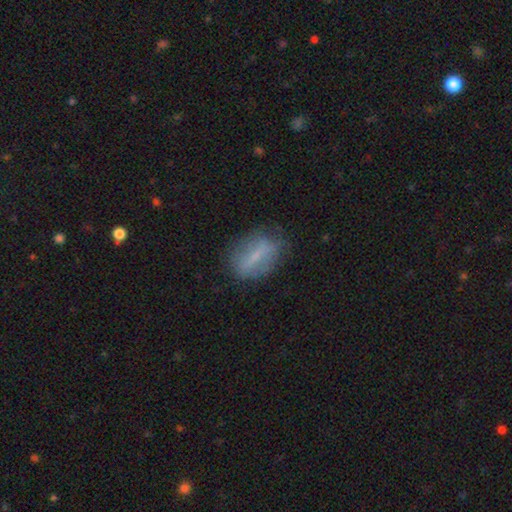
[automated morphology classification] The model was most divided on "smooth or featured": smooth: 50%, featured or disk: 40%, star or artifact: 10%. More confident: merging — none (75%).